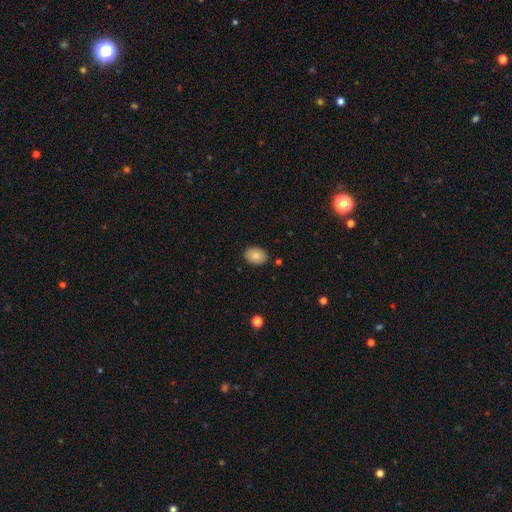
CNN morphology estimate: Smooth or featured? Predicted: smooth (p=0.85). How rounded? Predicted: in between (p=0.79). Merging? Predicted: none (p=0.88).